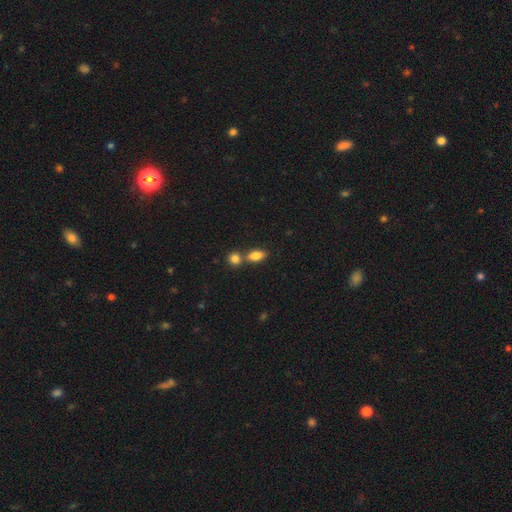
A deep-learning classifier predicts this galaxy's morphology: Overall: smooth (83%). How rounded: in between (84%). Merging: none (50%; merger 38%).